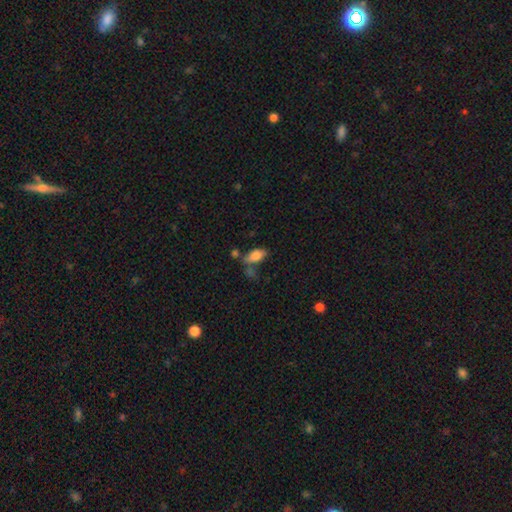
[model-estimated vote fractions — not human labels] smooth-or-featured: smooth: 81% | featured or disk: 11% | star or artifact: 9%
  how-rounded: in between: 89% | cigar-shaped: 7% | round: 4%
  merging: none: 50% | minor disturbance: 21% | merger: 20% | major disturbance: 10%